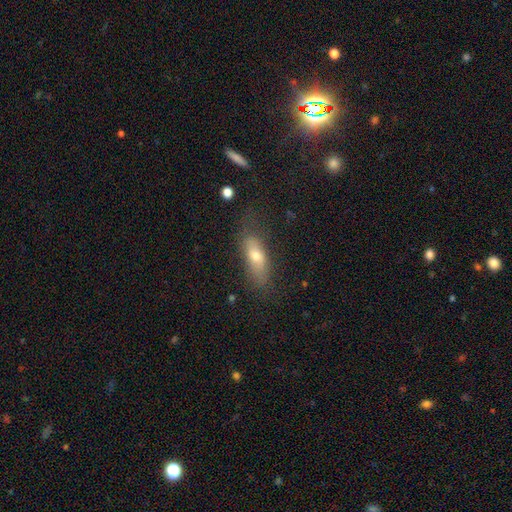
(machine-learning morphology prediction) Q: Smooth or featured?
A: smooth (66%); runner-up: featured or disk (26%)
Q: How rounded?
A: in between (62%); runner-up: cigar-shaped (34%)
Q: Merging?
A: none (67%); runner-up: minor disturbance (21%)